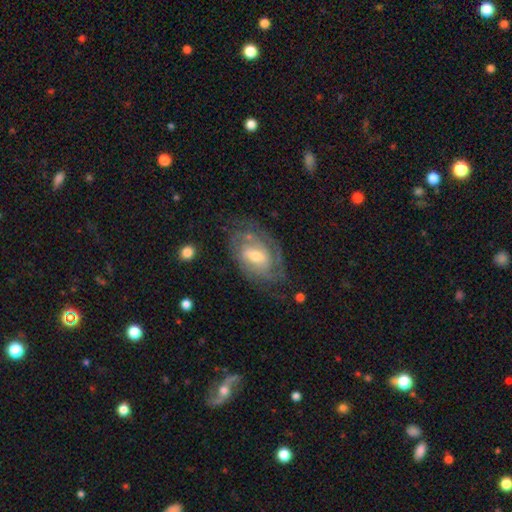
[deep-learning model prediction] This appears to be a featured or disk galaxy (82%) with a weak bar (47%), tight (59%) spiral arms (92%) and a moderate central bulge (50%). Merging: none (68%).